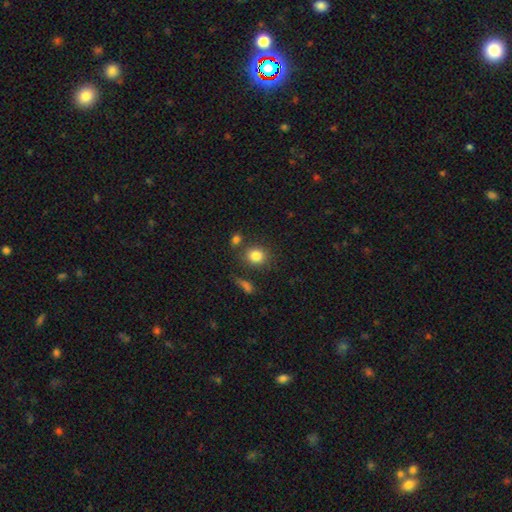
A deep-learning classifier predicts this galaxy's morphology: The model was most divided on "how rounded": round: 75%, in between: 23%, cigar-shaped: 1%. More confident: smooth or featured — smooth (84%); merging — none (76%).